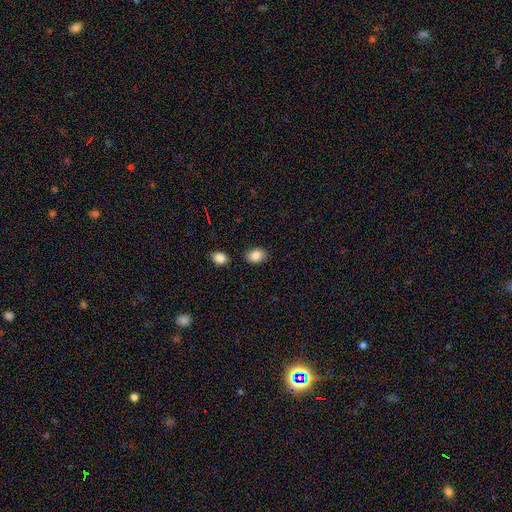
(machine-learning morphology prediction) The model was most divided on "how rounded": in between: 68%, round: 31%, cigar-shaped: 1%. More confident: smooth or featured — smooth (86%); merging — none (81%).